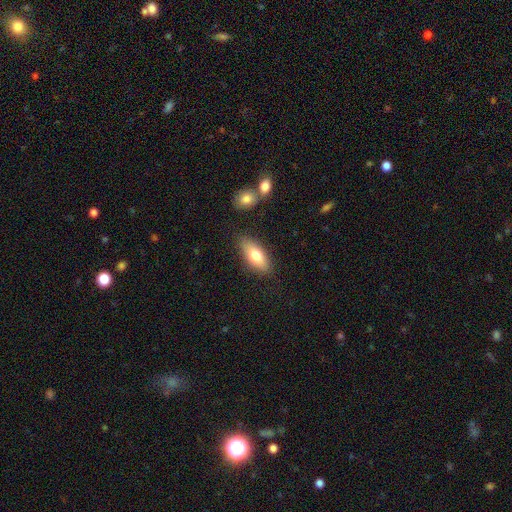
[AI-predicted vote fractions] smooth_or_featured: smooth (p=0.74) [alt: featured or disk p=0.19]
how_rounded: in between (p=0.78) [alt: cigar-shaped p=0.19]
merging: none (p=0.82) [alt: minor disturbance p=0.12]